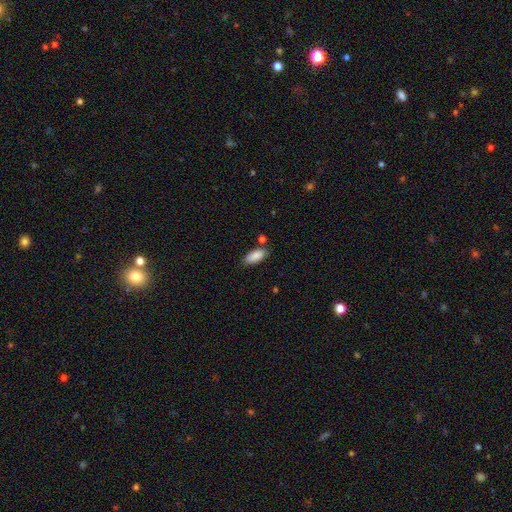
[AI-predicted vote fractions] Smooth or featured? smooth (88%)
How rounded? in between (87%)
Merging? none (76%)